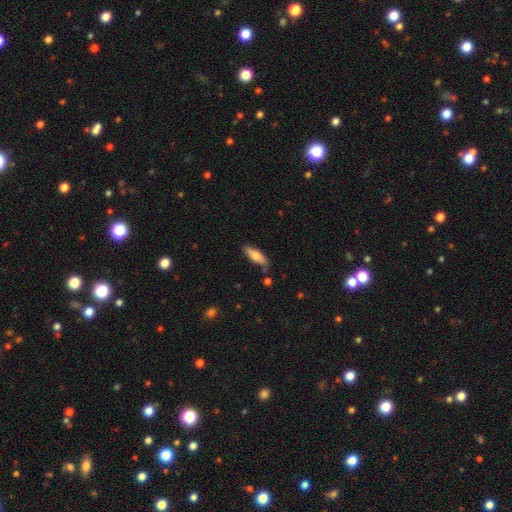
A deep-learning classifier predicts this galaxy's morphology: Smooth or featured? smooth (64%)
How rounded? in between (51%)
Merging? none (80%)